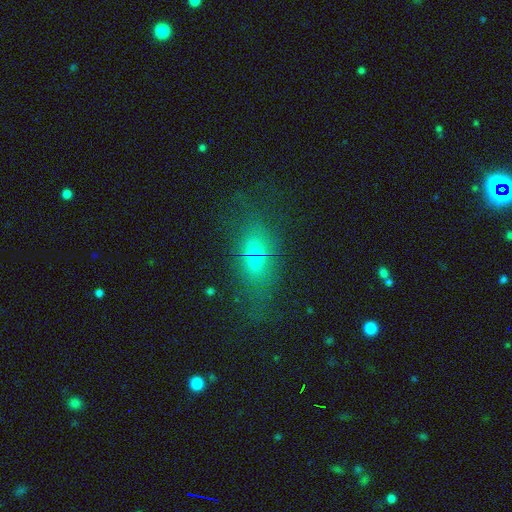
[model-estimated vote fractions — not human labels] The model was most divided on "merging": none: 48%, minor disturbance: 19%, merger: 19%, major disturbance: 15%. More confident: how rounded — in between (73%); smooth or featured — smooth (58%).